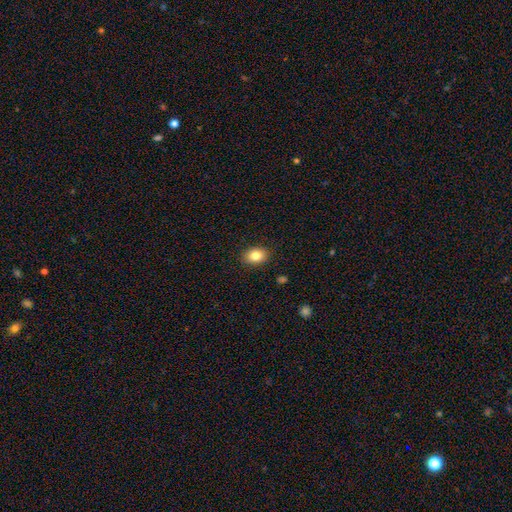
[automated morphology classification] This is clearly a smooth galaxy (84%). How rounded: likely in between (62%). Merging: clearly none (89%).